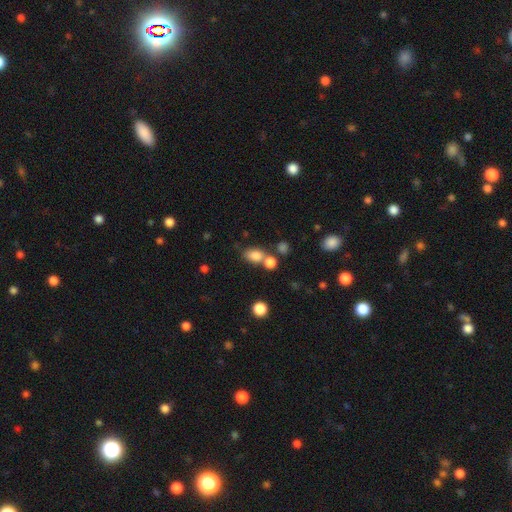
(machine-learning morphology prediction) Overall: smooth (81%). How rounded: in between (71%). Merging: none (51%; merger 32%).